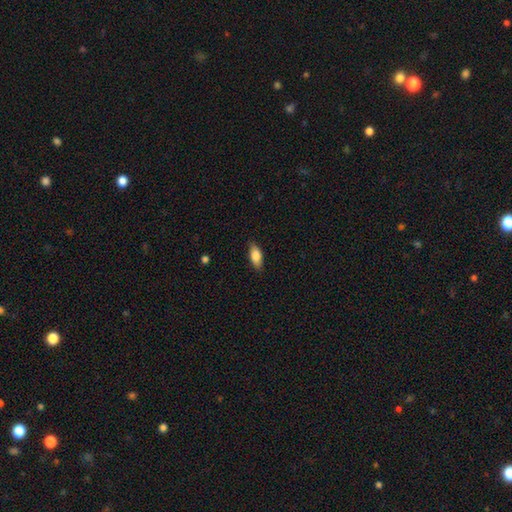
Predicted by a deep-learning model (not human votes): This is clearly a smooth galaxy (82%). How rounded: clearly in between (83%). Merging: clearly none (84%).